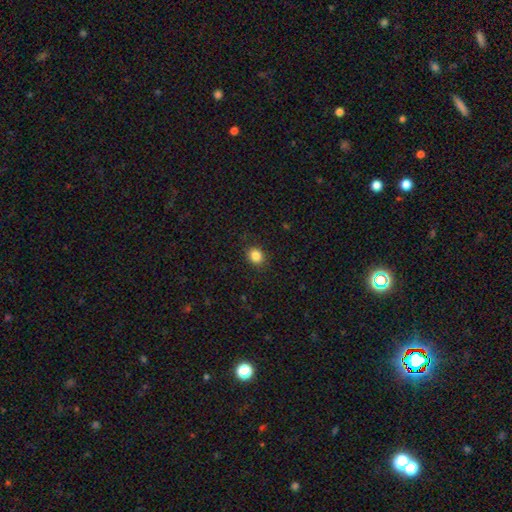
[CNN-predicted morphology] Smooth or featured? smooth (85%)
How rounded? round (64%)
Merging? none (89%)